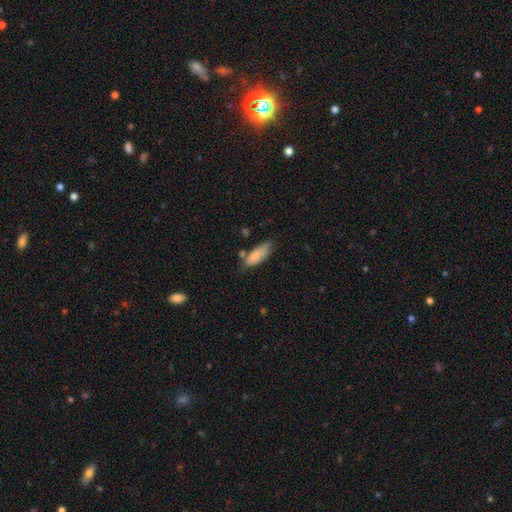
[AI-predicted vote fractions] This is clearly a smooth galaxy (80%). How rounded: likely in between (76%). Merging: possibly none (48%).